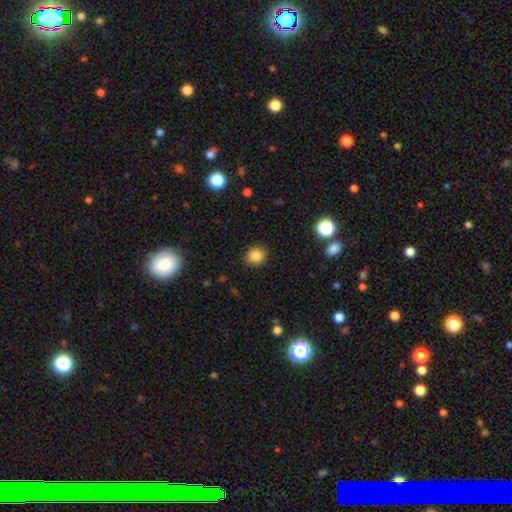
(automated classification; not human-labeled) This appears to be a smooth galaxy with no disk features (84%) that is round (83%). Merging: none (90%).